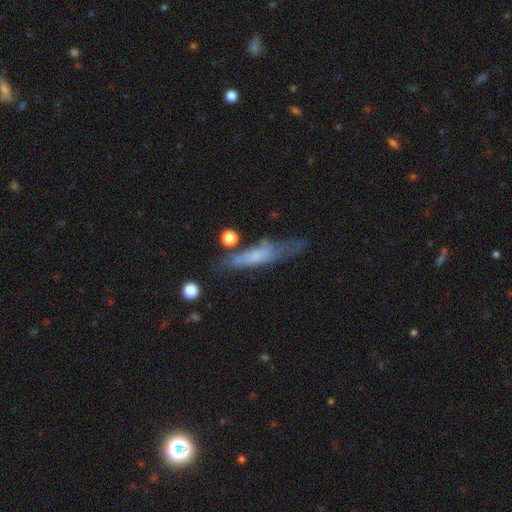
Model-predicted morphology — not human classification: This appears to be a featured or disk galaxy (46%). Merging: none (50%).